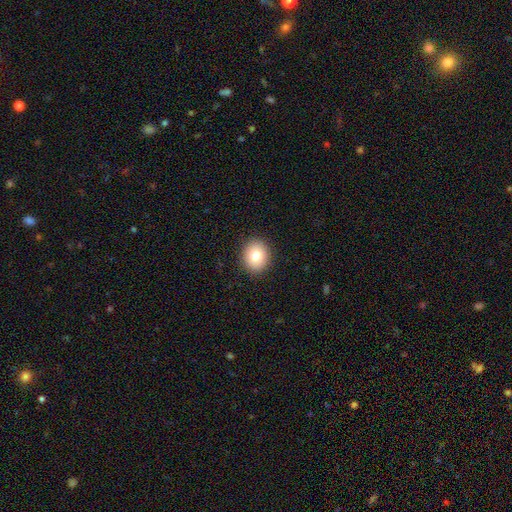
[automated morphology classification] A smooth galaxy with no disk features (80%) that is round (66%).

Vote fractions:
- Smooth or featured? smooth: 80% / featured or disk: 11% / star or artifact: 10%
- How rounded? round: 66% / in between: 33% / cigar-shaped: 1%
- Merging? none: 91% / minor disturbance: 6% / major disturbance: 2% / merger: 1%